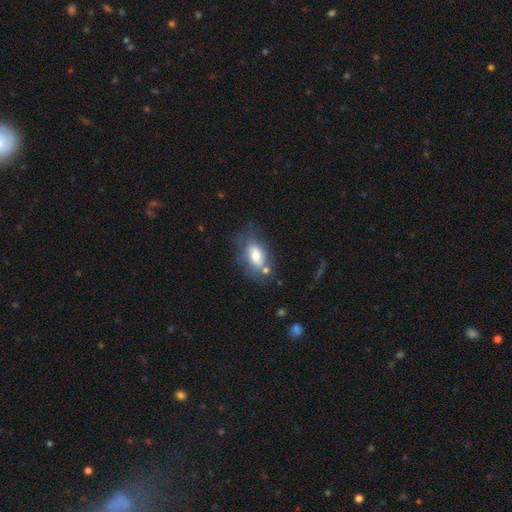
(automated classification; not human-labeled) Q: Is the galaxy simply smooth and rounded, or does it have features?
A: smooth — 64%.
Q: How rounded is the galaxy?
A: in between — 89%.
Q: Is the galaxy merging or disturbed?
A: none — 51%.